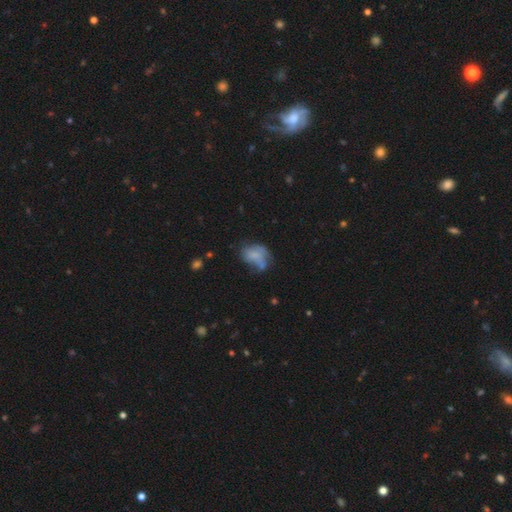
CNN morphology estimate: The model was most divided on "merging": none: 32%, minor disturbance: 28%, major disturbance: 28%, merger: 12%. More confident: how rounded — in between (69%); smooth or featured — smooth (57%).